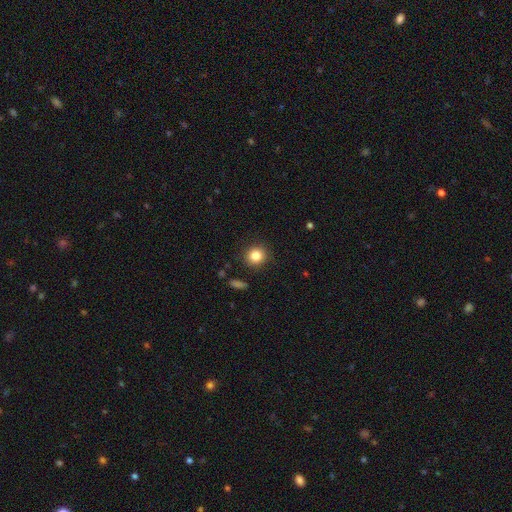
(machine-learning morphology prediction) Smooth or featured? smooth (84%)
How rounded? round (89%)
Merging? none (90%)